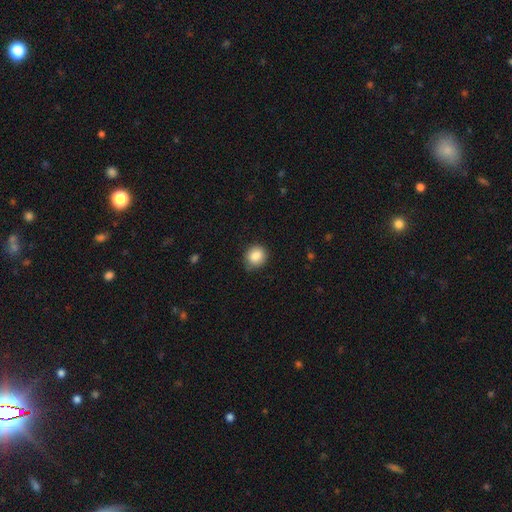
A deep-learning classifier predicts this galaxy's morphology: Smooth or featured? smooth (86%)
How rounded? round (85%)
Merging? none (82%)